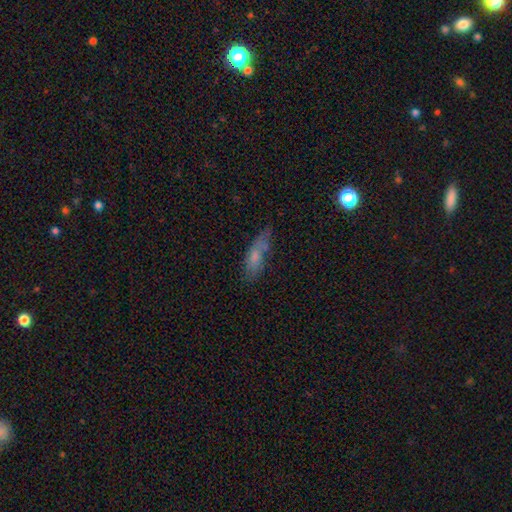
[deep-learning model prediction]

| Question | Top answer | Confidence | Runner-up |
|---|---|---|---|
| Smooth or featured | smooth | 66% | featured or disk (23%) |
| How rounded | in between | 54% | cigar-shaped (43%) |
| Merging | none | 56% | minor disturbance (27%) |